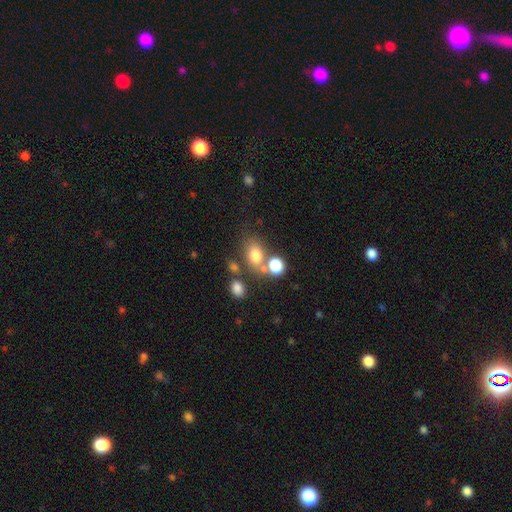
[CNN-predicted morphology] Q: Smooth or featured?
A: smooth (74%); runner-up: star or artifact (14%)
Q: How rounded?
A: in between (62%); runner-up: round (37%)
Q: Merging?
A: none (54%); runner-up: merger (27%)